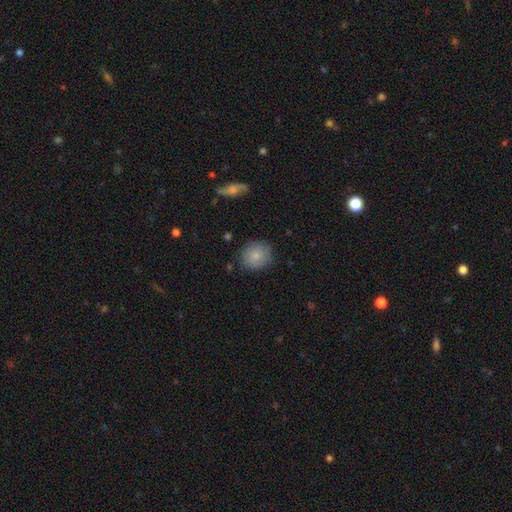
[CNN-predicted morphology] Smooth or featured? smooth (81%)
How rounded? round (80%)
Merging? none (81%)